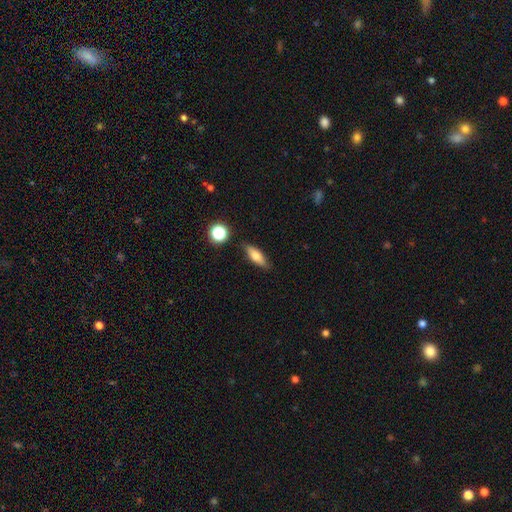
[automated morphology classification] Smooth or featured? smooth (73%)
How rounded? in between (59%)
Merging? none (84%)